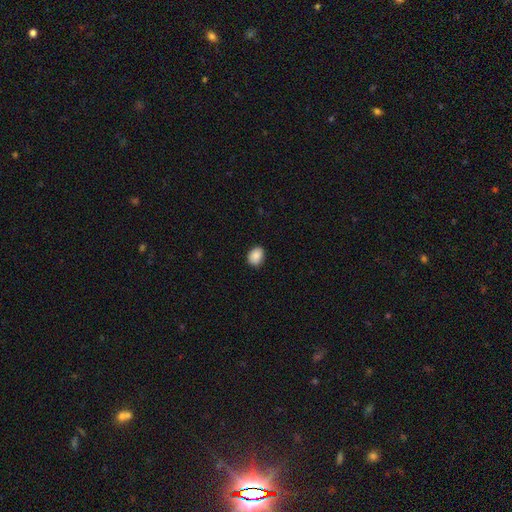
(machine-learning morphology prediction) Q: Smooth or featured?
A: smooth (88%); runner-up: star or artifact (8%)
Q: How rounded?
A: in between (65%); runner-up: round (34%)
Q: Merging?
A: none (86%); runner-up: minor disturbance (11%)